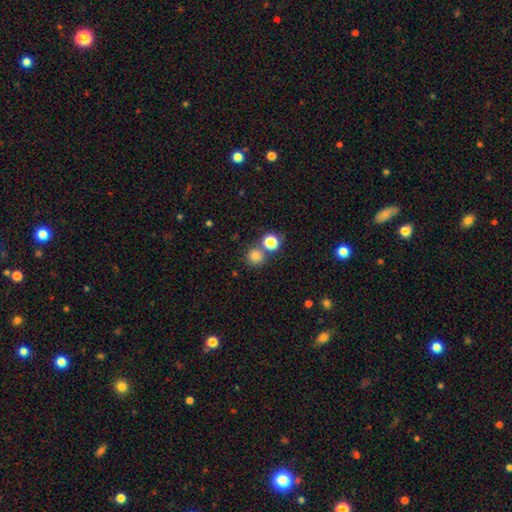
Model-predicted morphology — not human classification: smooth-or-featured: smooth: 80% | star or artifact: 15% | featured or disk: 6%
  how-rounded: round: 92% | in between: 7% | cigar-shaped: 1%
  merging: none: 69% | merger: 21% | minor disturbance: 7% | major disturbance: 3%